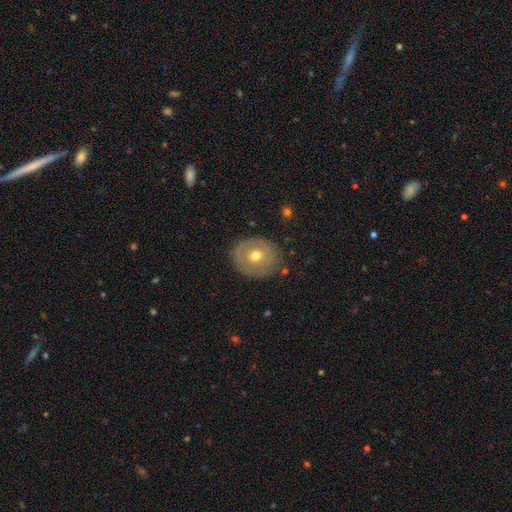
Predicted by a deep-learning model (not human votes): smooth 47%, featured or disk 46%, star or artifact 7%. Down the decision tree: merging — none (79%).